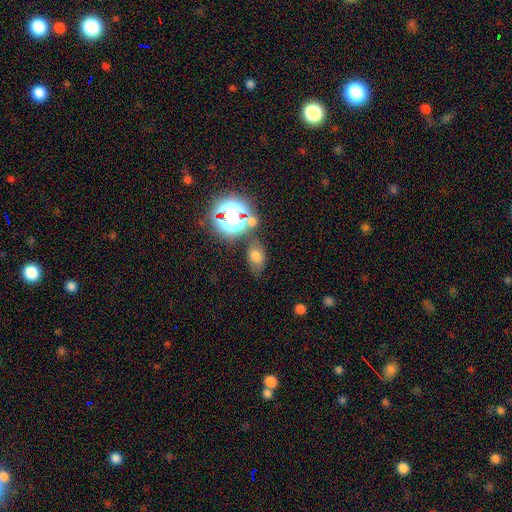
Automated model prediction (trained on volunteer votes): The model was most divided on "smooth or featured": smooth: 61%, star or artifact: 24%, featured or disk: 15%. More confident: how rounded — in between (77%); merging — none (59%).